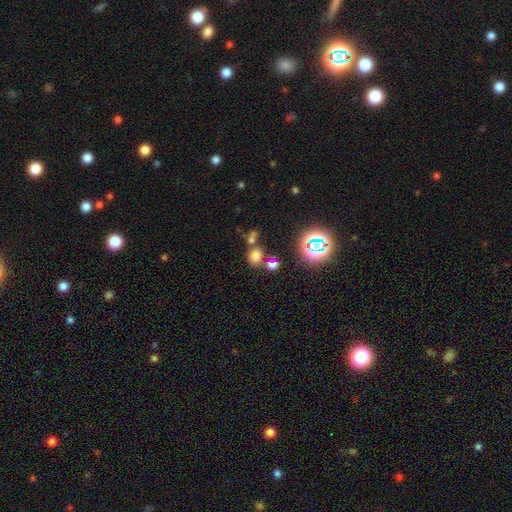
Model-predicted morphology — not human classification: smooth-or-featured: smooth: 67% | star or artifact: 25% | featured or disk: 8%
  how-rounded: round: 61% | in between: 38% | cigar-shaped: 1%
  merging: none: 58% | merger: 27% | minor disturbance: 10% | major disturbance: 5%